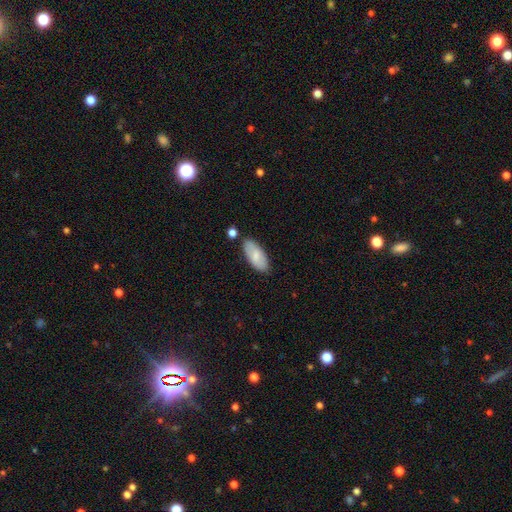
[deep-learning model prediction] Smooth or featured? Predicted: smooth (p=0.76). How rounded? Predicted: in between (p=0.88). Merging? Predicted: none (p=0.79).